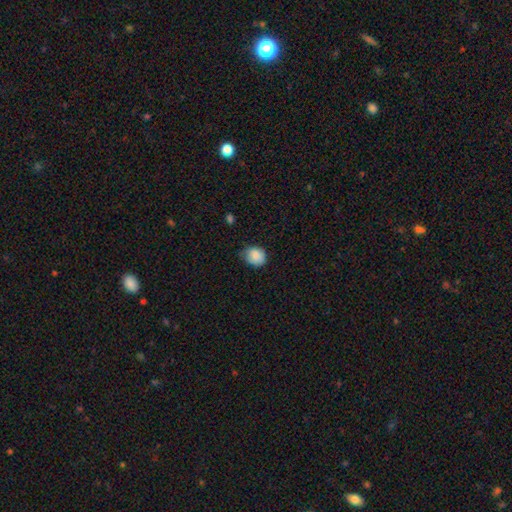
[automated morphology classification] Smooth or featured? smooth (87%)
How rounded? round (55%)
Merging? none (60%)